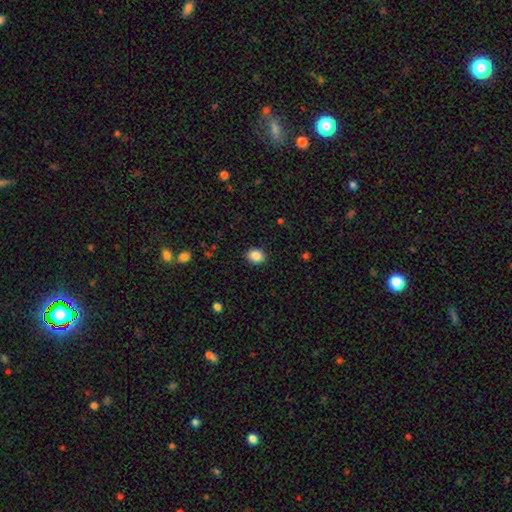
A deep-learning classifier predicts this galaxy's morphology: Smooth or featured? Predicted: smooth (p=0.86). How rounded? Predicted: round (p=0.67). Merging? Predicted: none (p=0.90).